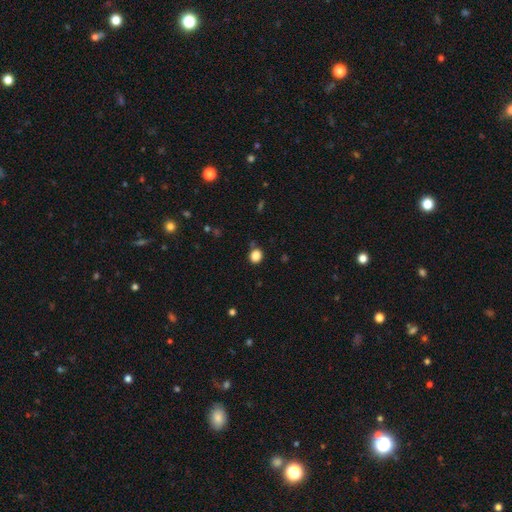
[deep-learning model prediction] A smooth galaxy with no disk features (86%) that is round (74%). Merging: none (83%).